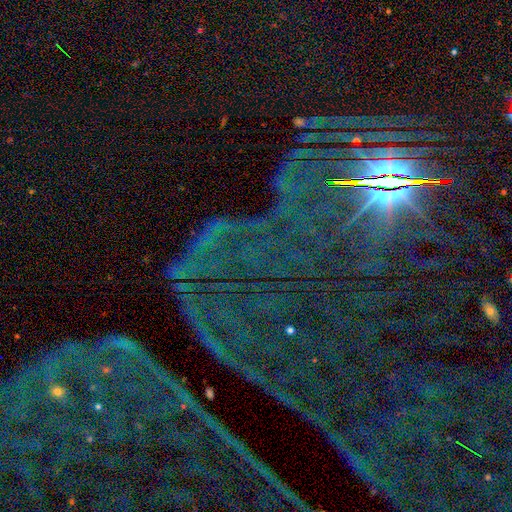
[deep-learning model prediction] smooth_or_featured: star or artifact (p=0.86) [alt: featured or disk p=0.08]